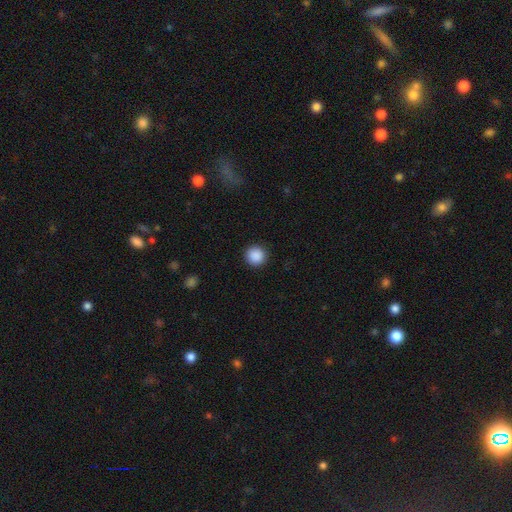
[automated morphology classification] Smooth or featured? smooth (89%)
How rounded? round (95%)
Merging? none (92%)